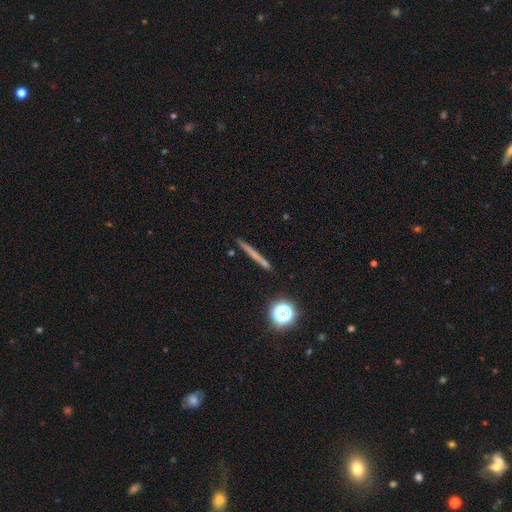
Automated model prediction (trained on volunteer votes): Smooth or featured? Predicted: smooth (p=0.55). How rounded? Predicted: cigar-shaped (p=0.92). Merging? Predicted: none (p=0.90).